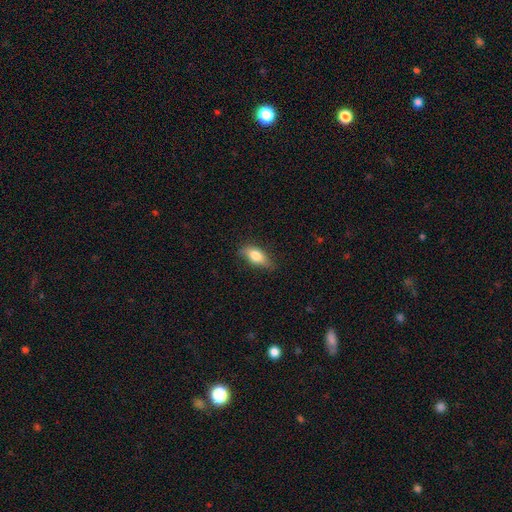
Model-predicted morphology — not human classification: The model was most divided on "merging": none: 72%, minor disturbance: 23%, major disturbance: 4%, merger: 1%. More confident: how rounded — in between (78%); smooth or featured — smooth (73%).